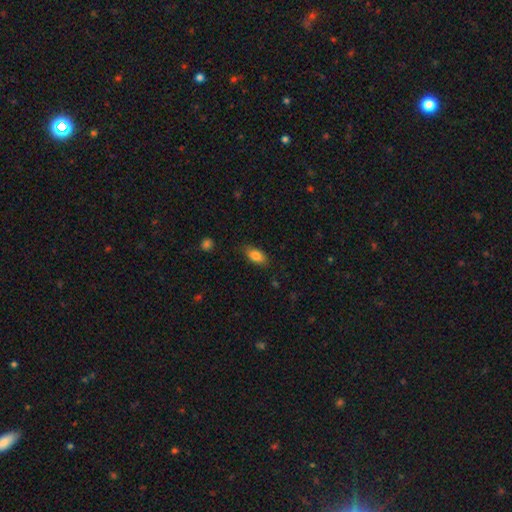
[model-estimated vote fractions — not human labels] smooth-or-featured: smooth: 83% | featured or disk: 9% | star or artifact: 8%
  how-rounded: in between: 88% | cigar-shaped: 6% | round: 6%
  merging: none: 80% | minor disturbance: 16% | major disturbance: 3% | merger: 1%